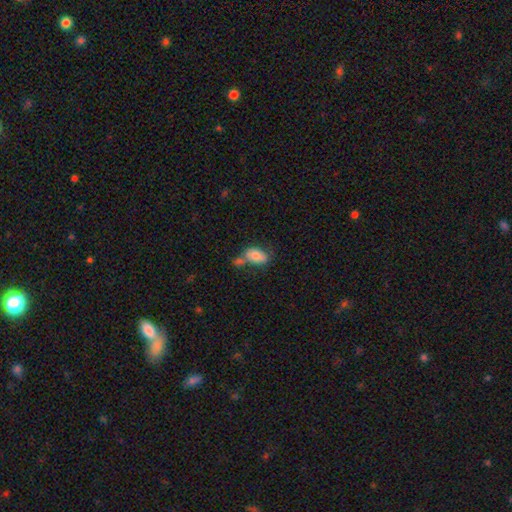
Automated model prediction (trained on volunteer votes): This appears to be a smooth galaxy with no disk features (80%) that is in between round and cigar-shaped (91%). Merging: none (44%).